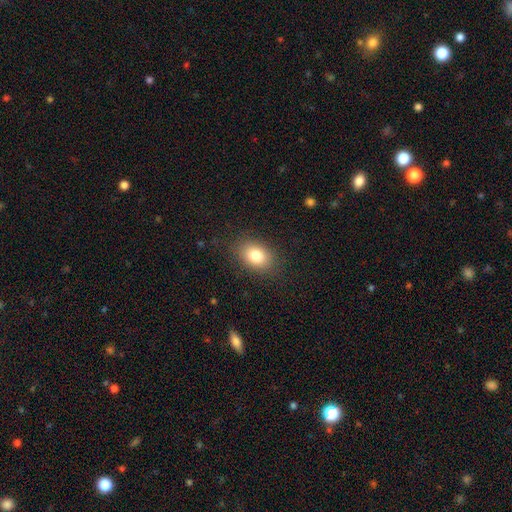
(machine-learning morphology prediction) Smooth or featured? Predicted: smooth (p=0.81). How rounded? Predicted: in between (p=0.76). Merging? Predicted: none (p=0.86).